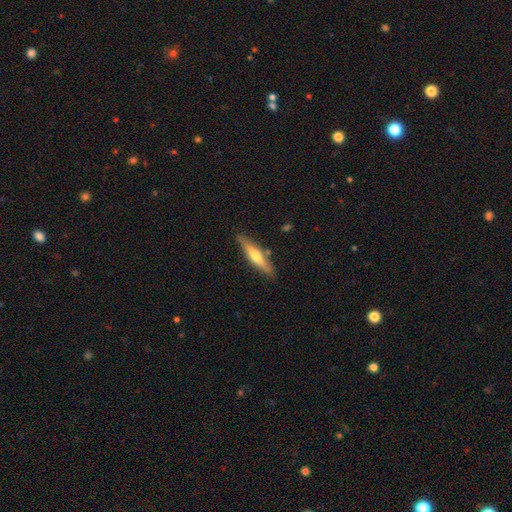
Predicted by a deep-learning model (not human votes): This appears to be a featured or disk galaxy (49%). Merging: none (84%).